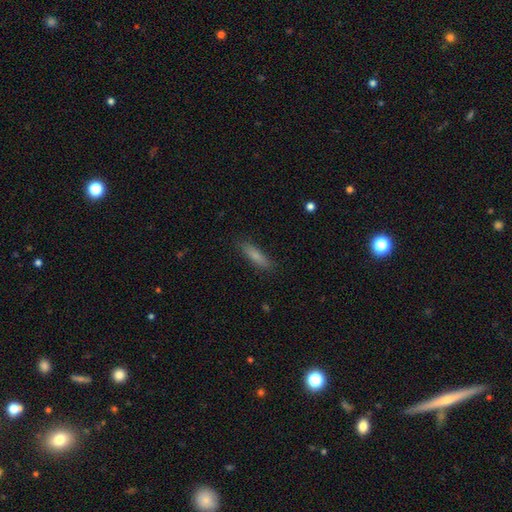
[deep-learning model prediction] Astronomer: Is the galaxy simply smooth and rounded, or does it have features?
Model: smooth — 80%.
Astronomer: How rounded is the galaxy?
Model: cigar-shaped — 71%.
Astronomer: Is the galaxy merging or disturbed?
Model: none — 86%.